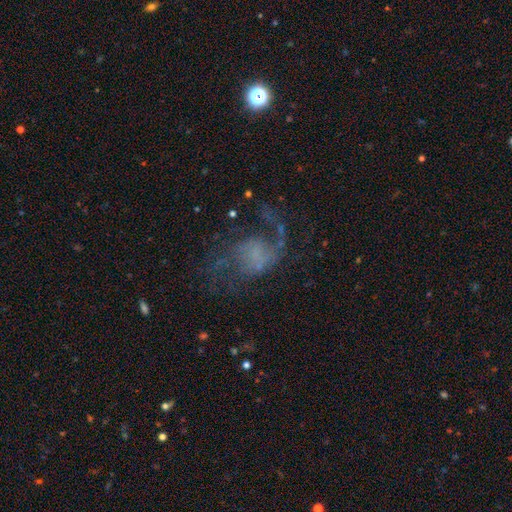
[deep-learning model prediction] Morphology: type=featured or disk (69%); edge-on=no (98%); bar=no (67%); spiral arms=yes (81%); winding=loose (61%); arm count=2 (55%); bulge=none (60%); merging=none (46%).